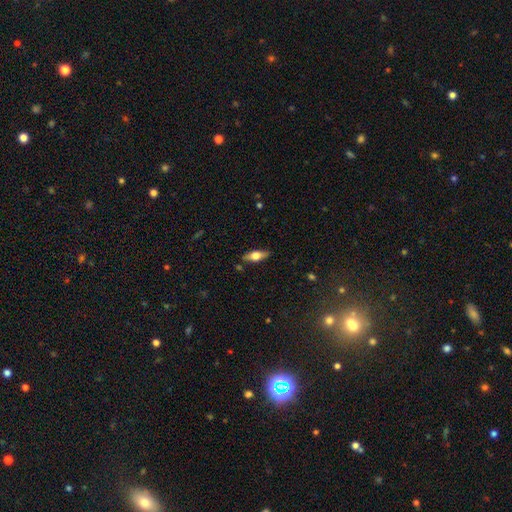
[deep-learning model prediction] Smooth or featured? smooth (52%)
How rounded? in between (69%)
Merging? none (84%)